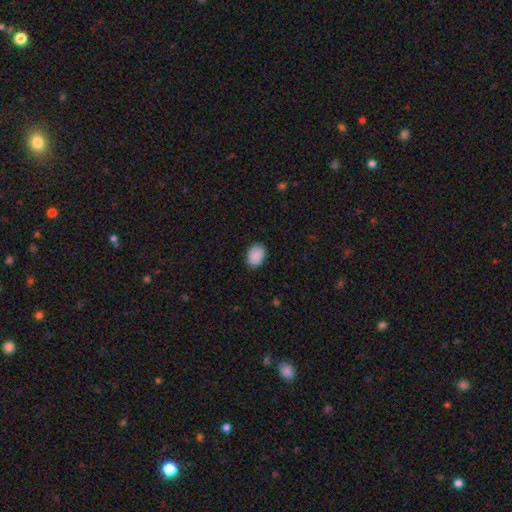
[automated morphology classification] Smooth or featured: smooth — 90% (star or artifact — 7%)
How rounded: in between — 75% (round — 24%)
Merging: none — 87% (minor disturbance — 10%)